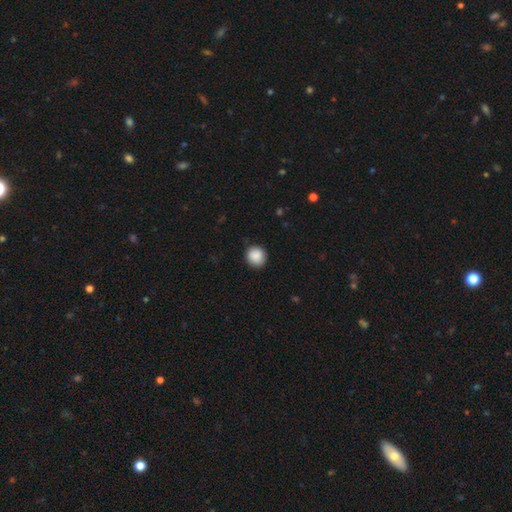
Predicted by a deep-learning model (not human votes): Morphology: type=smooth (89%); roundness=round (87%); merging=none (88%).